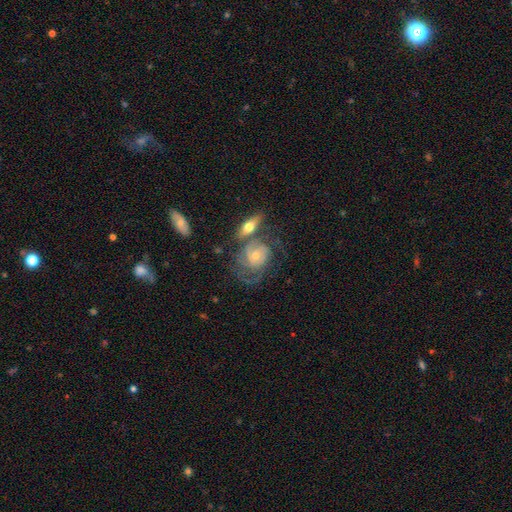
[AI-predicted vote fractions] featured or disk 78%, smooth 16%, star or artifact 6%. Down the decision tree: edge-on disk — no (95%); bar — no (73%); spiral arms — yes (92%); spiral arm count — can't tell (31%); spiral winding — tight (56%); bulge size — small (53%); merging — none (40%).